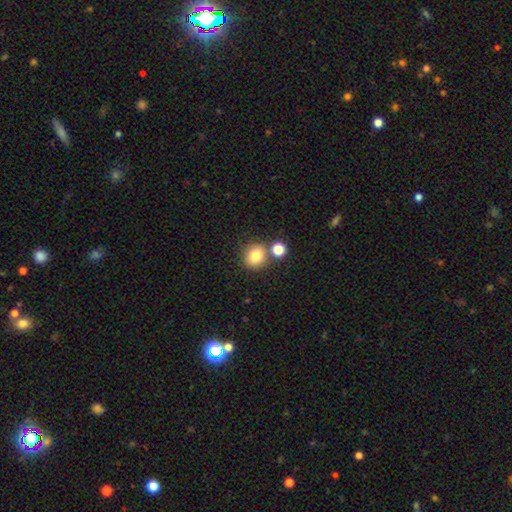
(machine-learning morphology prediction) The model was most divided on "merging": none: 71%, merger: 17%, minor disturbance: 9%, major disturbance: 3%. More confident: smooth or featured — smooth (81%); how rounded — round (77%).